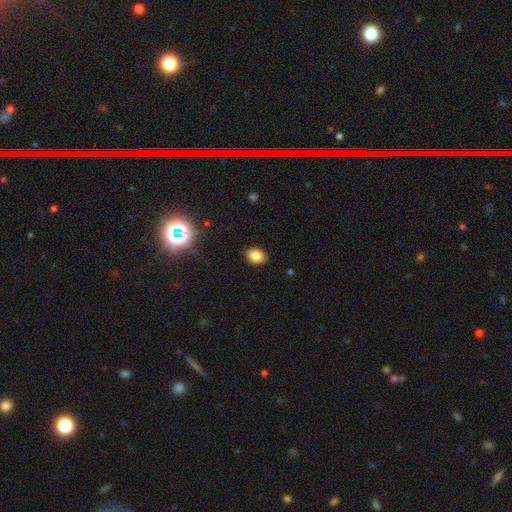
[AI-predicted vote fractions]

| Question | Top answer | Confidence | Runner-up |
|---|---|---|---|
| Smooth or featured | smooth | 83% | star or artifact (12%) |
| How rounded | in between | 73% | round (26%) |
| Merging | none | 89% | minor disturbance (8%) |